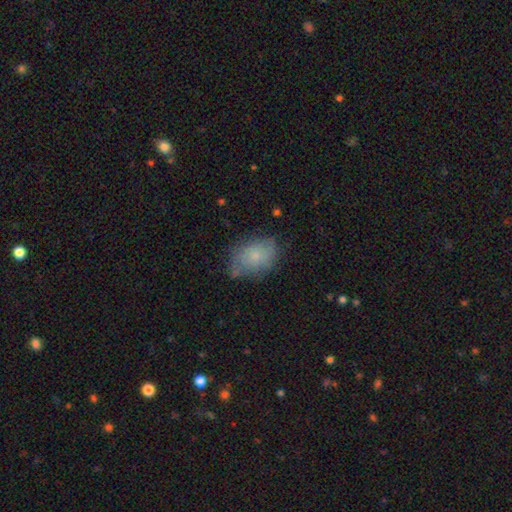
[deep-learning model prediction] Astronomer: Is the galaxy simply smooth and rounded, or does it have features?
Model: smooth — 67%.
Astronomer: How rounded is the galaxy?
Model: in between — 81%.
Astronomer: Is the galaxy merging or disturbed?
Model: none — 60%.